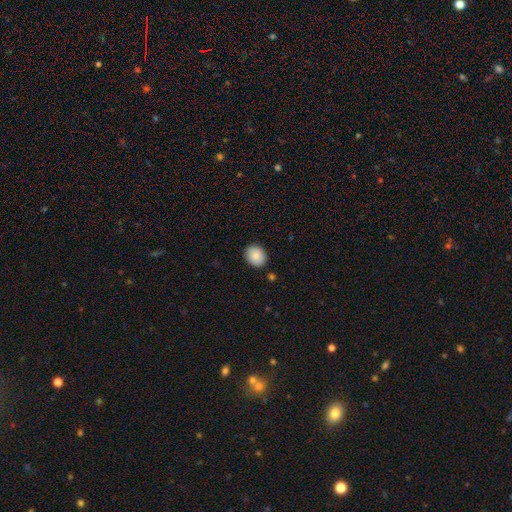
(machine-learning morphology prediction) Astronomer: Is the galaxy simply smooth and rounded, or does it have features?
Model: smooth — 87%.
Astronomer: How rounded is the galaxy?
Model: round — 63%.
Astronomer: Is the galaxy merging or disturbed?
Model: none — 88%.